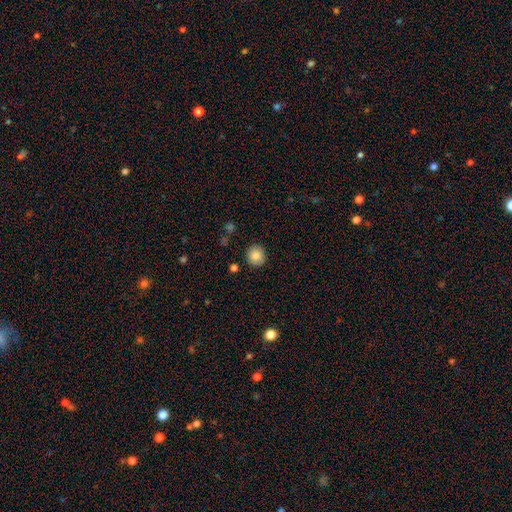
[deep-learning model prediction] smooth_or_featured: smooth (p=0.85) [alt: star or artifact p=0.09]
how_rounded: round (p=0.88) [alt: in between p=0.11]
merging: none (p=0.88) [alt: minor disturbance p=0.08]